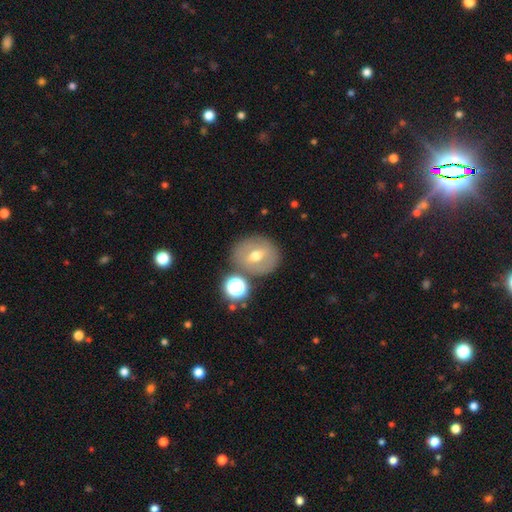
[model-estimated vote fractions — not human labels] A smooth galaxy with no disk features (53%) that is round (70%). Merging: none (73%).